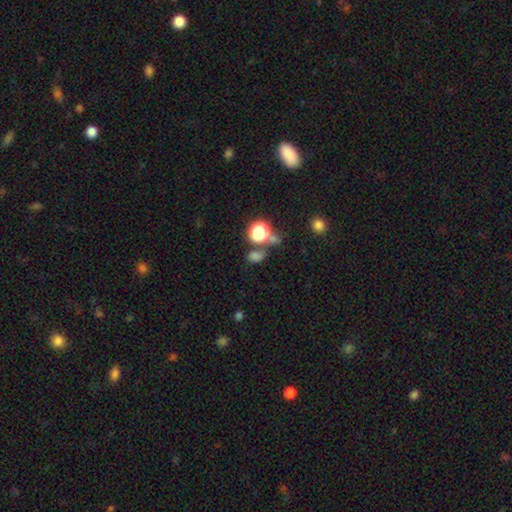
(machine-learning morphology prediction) A smooth galaxy with no disk features (63%) that is in between round and cigar-shaped (51%).

Vote fractions:
- Smooth or featured? smooth: 63% / star or artifact: 29% / featured or disk: 8%
- How rounded? in between: 51% / round: 46% / cigar-shaped: 3%
- Merging? none: 61% / merger: 18% / minor disturbance: 14% / major disturbance: 7%